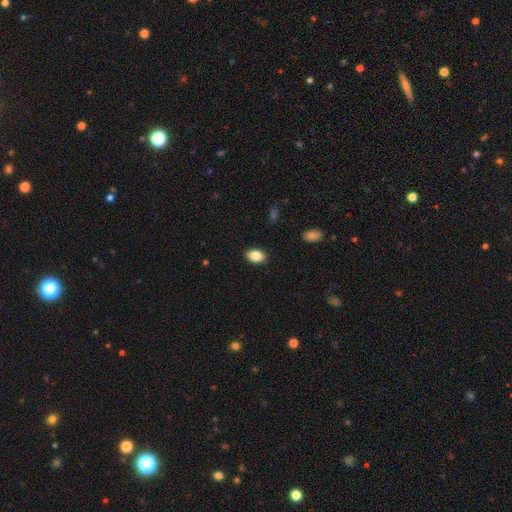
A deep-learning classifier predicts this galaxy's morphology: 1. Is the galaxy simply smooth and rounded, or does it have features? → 88% smooth, 8% star or artifact, 5% featured or disk.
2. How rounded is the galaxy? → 86% in between, 13% round, 1% cigar-shaped.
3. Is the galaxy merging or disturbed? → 89% none, 8% minor disturbance, 2% major disturbance, 1% merger.